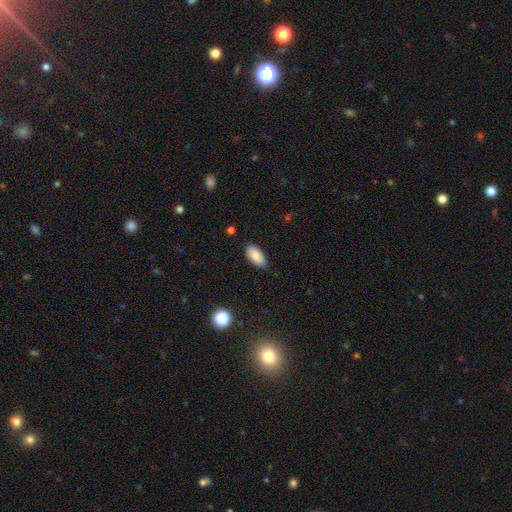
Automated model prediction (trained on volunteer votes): Smooth or featured? Predicted: smooth (p=0.84). How rounded? Predicted: in between (p=0.94). Merging? Predicted: none (p=0.83).